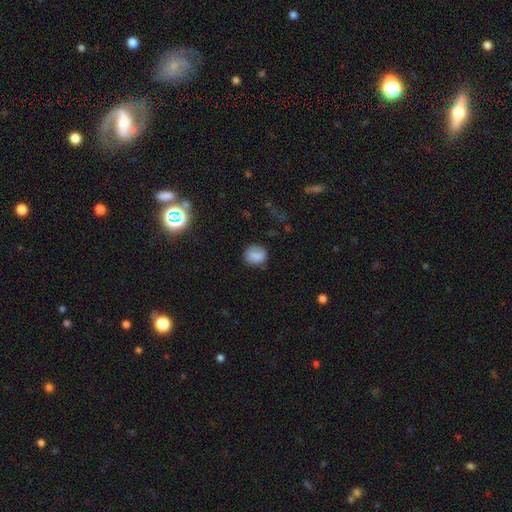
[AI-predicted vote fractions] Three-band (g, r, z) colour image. It shows a smooth galaxy with no disk features (82%) that is round (69%). Merging: none (80%).